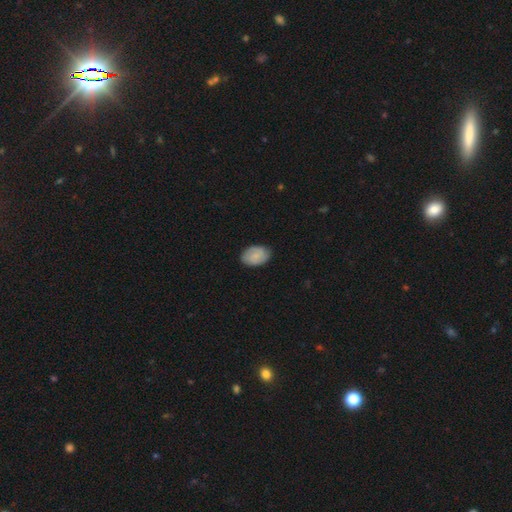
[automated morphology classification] smooth 73%, featured or disk 20%, star or artifact 7%. Down the decision tree: how rounded — in between (84%); merging — none (83%).